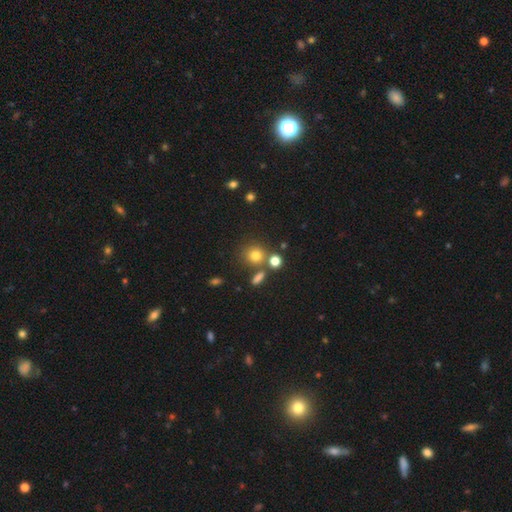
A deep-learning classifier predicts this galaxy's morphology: This is likely a smooth galaxy (75%). How rounded: clearly round (86%). Merging: likely none (68%).